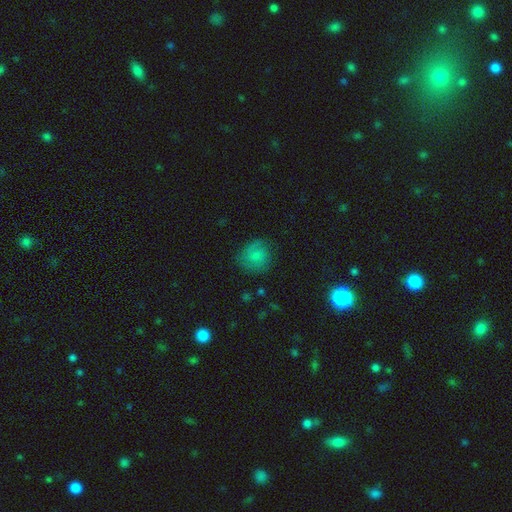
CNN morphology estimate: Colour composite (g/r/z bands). It shows a smooth galaxy with no disk features (73%) that is round (84%). Merging: none (71%).